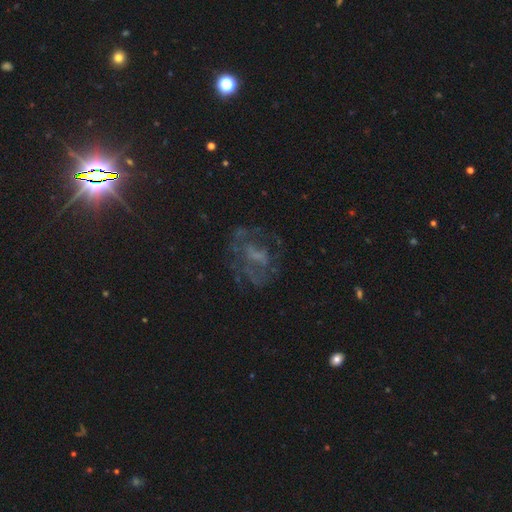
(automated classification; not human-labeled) A featured or disk galaxy (61%) with no bar (57%), no spiral arms (58%) and no central bulge (45%).

Vote fractions:
- Smooth or featured? featured or disk: 61% / smooth: 21% / star or artifact: 18%
- Edge-on disk? no: 96% / yes: 4%
- Bar? no: 57% / weak: 32% / strong: 11%
- Spiral arms? no: 58% / yes: 42%
- Bulge size? none: 45% / small: 30% / moderate: 20% / large: 4% / dominant: 1%
- Merging? none: 55% / major disturbance: 26% / minor disturbance: 17% / merger: 2%